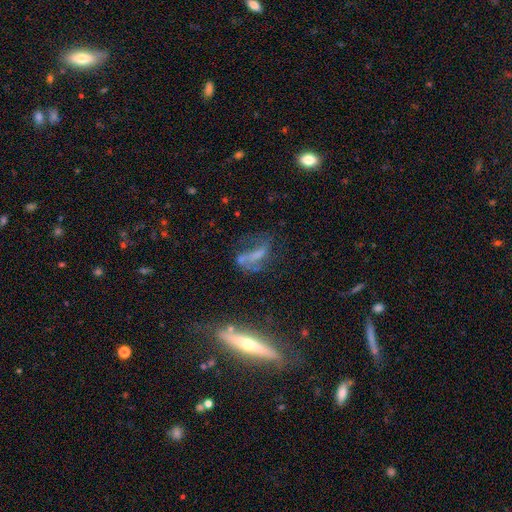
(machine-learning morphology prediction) type=featured or disk (48%); merging=none (34%).